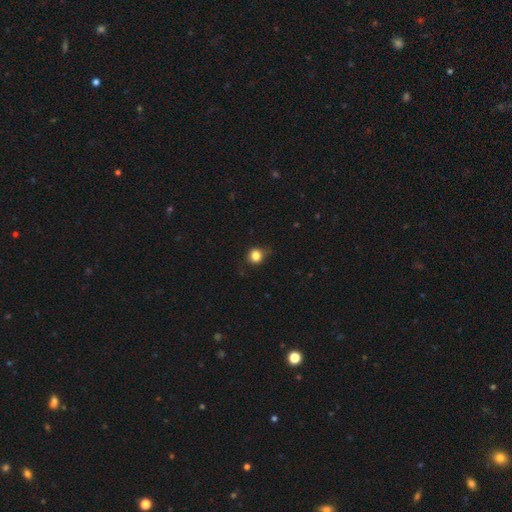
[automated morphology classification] A smooth galaxy with no disk features (83%) that is round (84%). Merging: none (77%).